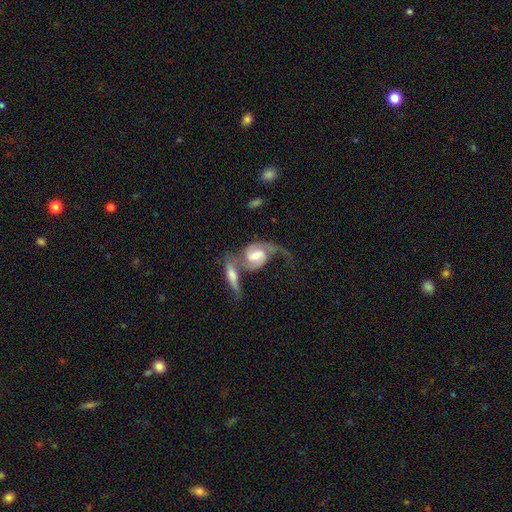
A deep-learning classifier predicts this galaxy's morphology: Smooth or featured? featured or disk (79%)
Edge-on disk? no (95%)
Bar? weak (52%)
Spiral arms? yes (93%)
Spiral winding? loose (50%)
Spiral arm count? 2 (76%)
Bulge size? moderate (53%)
Merging? merger (59%)